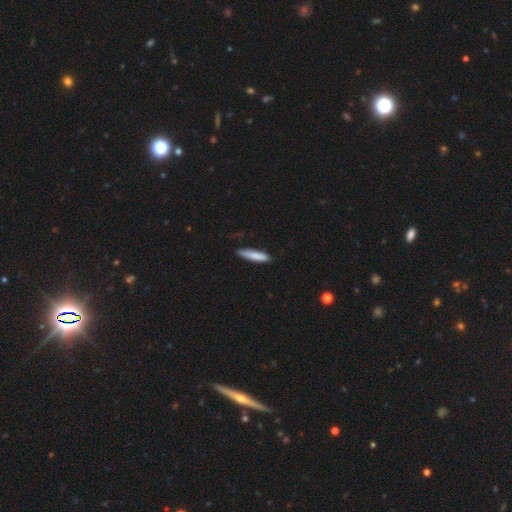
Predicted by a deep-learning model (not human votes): This appears to be a smooth galaxy with no disk features (83%) that is cigar-shaped (86%). Merging: none (82%).